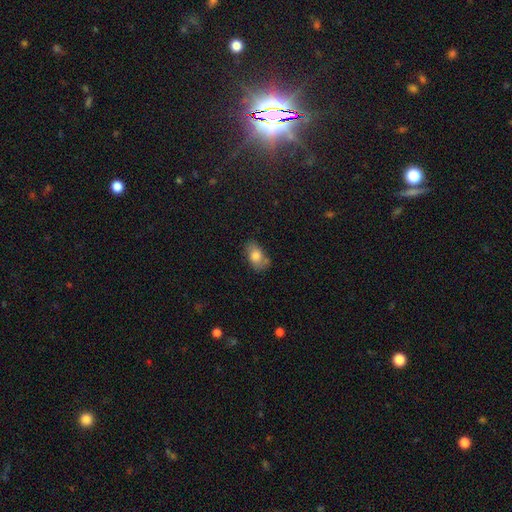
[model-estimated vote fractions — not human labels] Smooth or featured? Predicted: smooth (p=0.74). How rounded? Predicted: in between (p=0.87). Merging? Predicted: none (p=0.61).